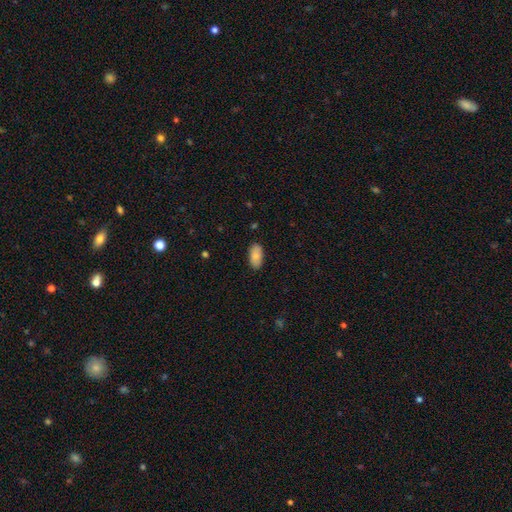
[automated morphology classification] smooth_or_featured: smooth (p=0.85) [alt: featured or disk p=0.09]
how_rounded: in between (p=0.94) [alt: cigar-shaped p=0.04]
merging: none (p=0.87) [alt: minor disturbance p=0.10]